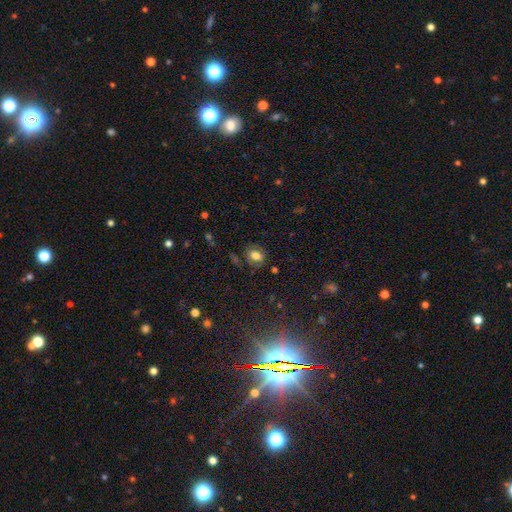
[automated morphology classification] A smooth galaxy with no disk features (73%) that is in between round and cigar-shaped (50%). Merging: none (76%).